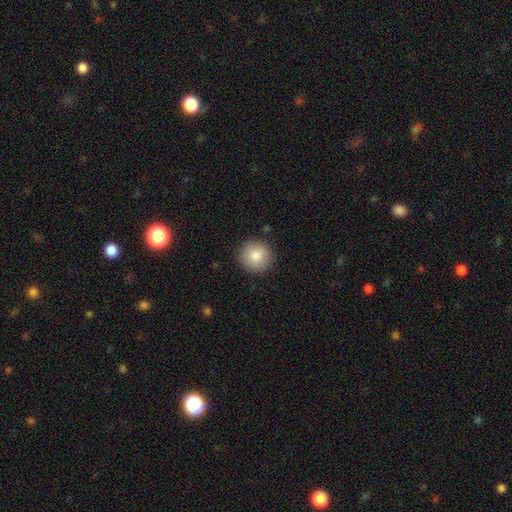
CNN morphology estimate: This appears to be a smooth galaxy with no disk features (85%) that is round (93%). Merging: none (90%).